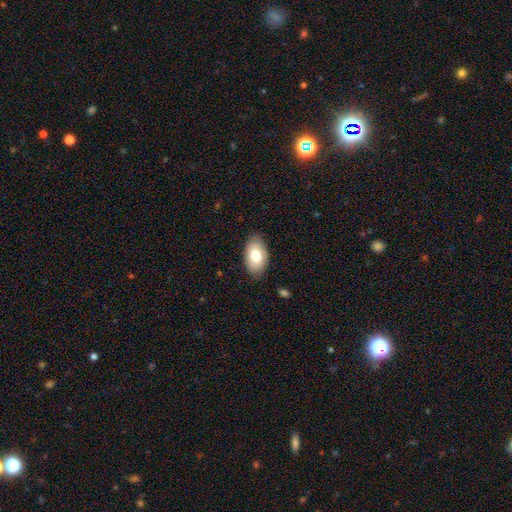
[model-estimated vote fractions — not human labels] A smooth galaxy with no disk features (79%) that is in between round and cigar-shaped (94%).

Vote fractions:
- Smooth or featured? smooth: 79% / featured or disk: 15% / star or artifact: 6%
- How rounded? in between: 94% / round: 4% / cigar-shaped: 2%
- Merging? none: 85% / minor disturbance: 12% / major disturbance: 2% / merger: 1%